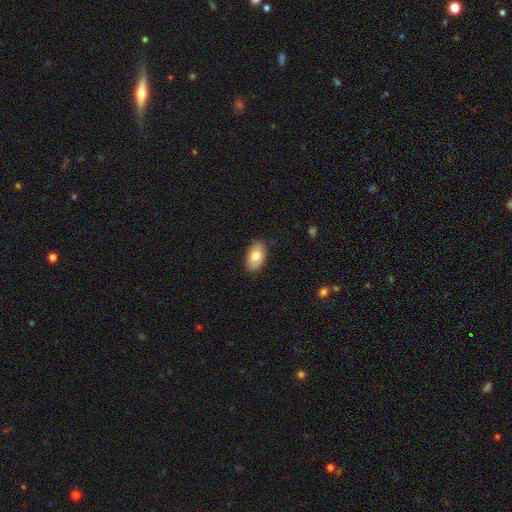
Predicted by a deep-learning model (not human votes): Morphology: type=smooth (70%); roundness=in between (91%); merging=none (79%).